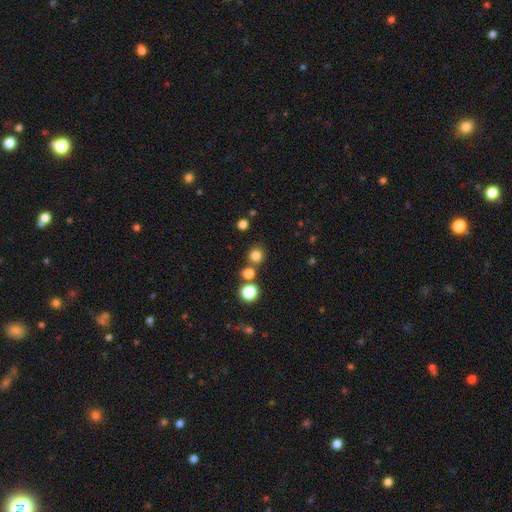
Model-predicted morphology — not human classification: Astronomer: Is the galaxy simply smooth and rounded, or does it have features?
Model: smooth — 78%.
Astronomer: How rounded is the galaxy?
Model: round — 89%.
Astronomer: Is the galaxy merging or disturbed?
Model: none — 75%.